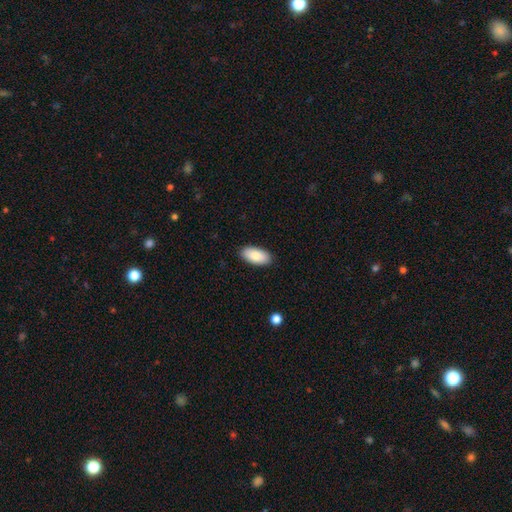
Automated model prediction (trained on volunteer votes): Smooth or featured? smooth (86%)
How rounded? in between (94%)
Merging? none (89%)